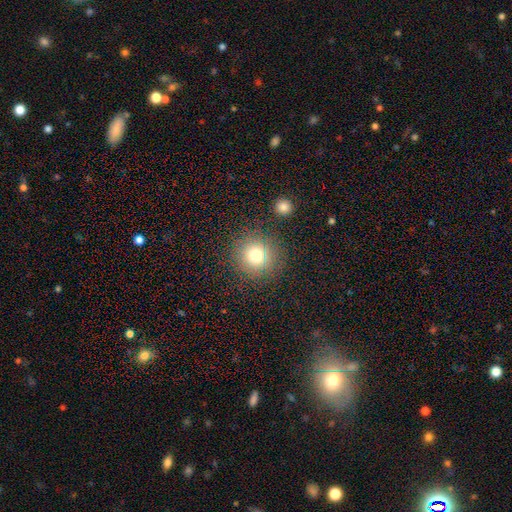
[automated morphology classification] smooth-or-featured: smooth: 75% | star or artifact: 16% | featured or disk: 10%
  how-rounded: round: 93% | in between: 6% | cigar-shaped: 1%
  merging: none: 87% | minor disturbance: 7% | major disturbance: 3% | merger: 3%